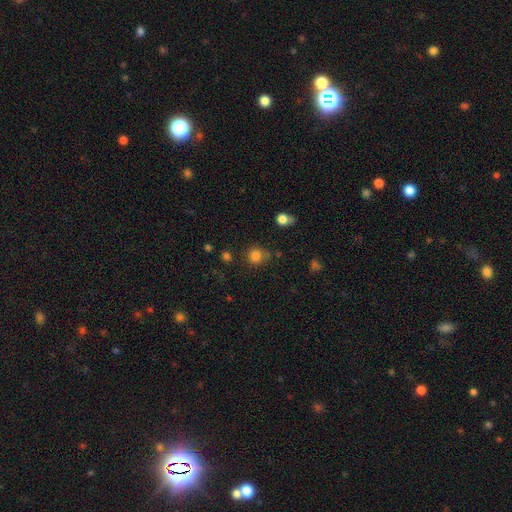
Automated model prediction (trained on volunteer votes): This appears to be a smooth galaxy with no disk features (81%) that is round (89%). Merging: none (74%).